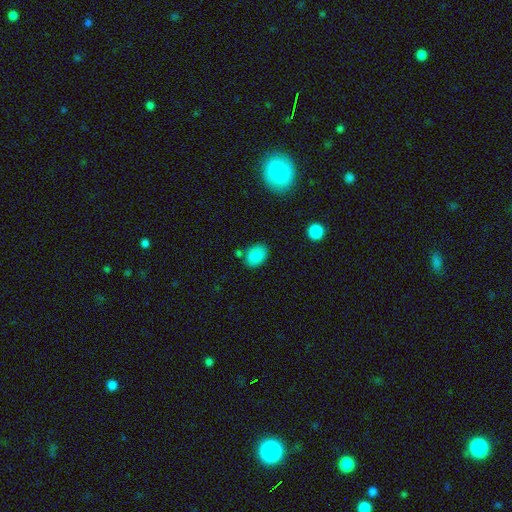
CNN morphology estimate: smooth_or_featured: smooth (p=0.87) [alt: star or artifact p=0.08]
how_rounded: in between (p=0.79) [alt: round p=0.20]
merging: none (p=0.76) [alt: minor disturbance p=0.14]